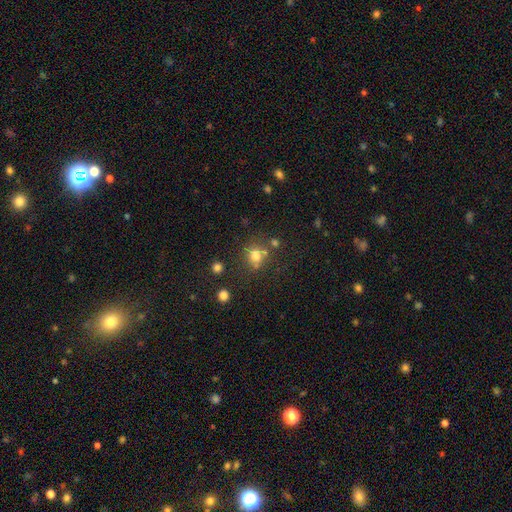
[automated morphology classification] Smooth or featured? Predicted: smooth (p=0.73). How rounded? Predicted: round (p=0.78). Merging? Predicted: none (p=0.60).